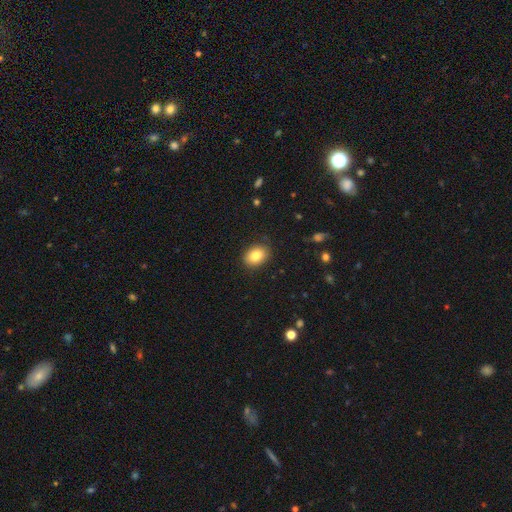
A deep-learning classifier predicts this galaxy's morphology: The model was most divided on "how rounded": in between: 72%, round: 27%, cigar-shaped: 1%. More confident: merging — none (88%); smooth or featured — smooth (84%).